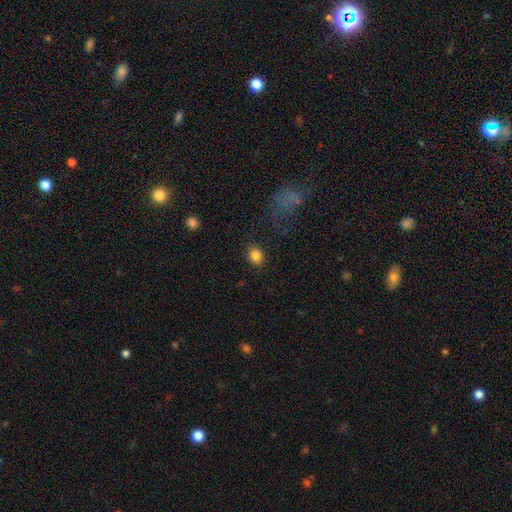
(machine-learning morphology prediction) Smooth or featured? smooth (85%)
How rounded? round (64%)
Merging? none (85%)